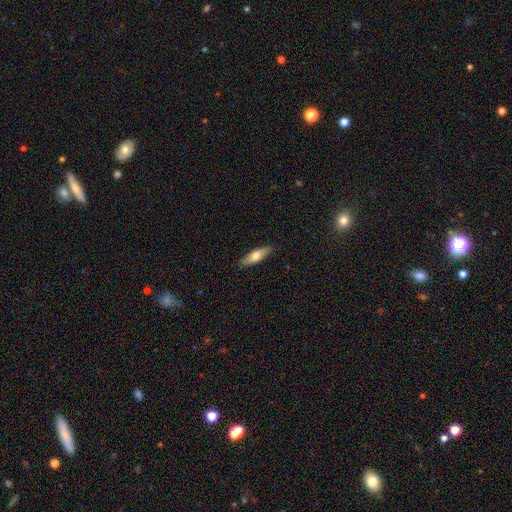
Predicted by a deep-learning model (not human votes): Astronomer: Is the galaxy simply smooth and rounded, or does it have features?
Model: smooth — 67%.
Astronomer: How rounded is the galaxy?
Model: cigar-shaped — 54% (runner-up: in between, 44%).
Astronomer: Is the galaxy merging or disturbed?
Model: none — 89%.